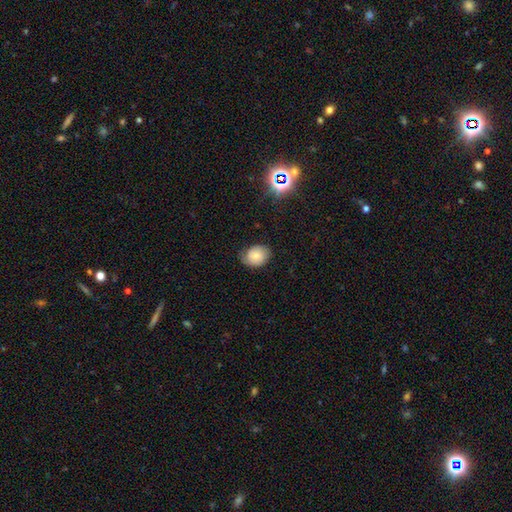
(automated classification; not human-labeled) Smooth or featured? Predicted: smooth (p=0.68). How rounded? Predicted: round (p=0.53). Merging? Predicted: none (p=0.65).